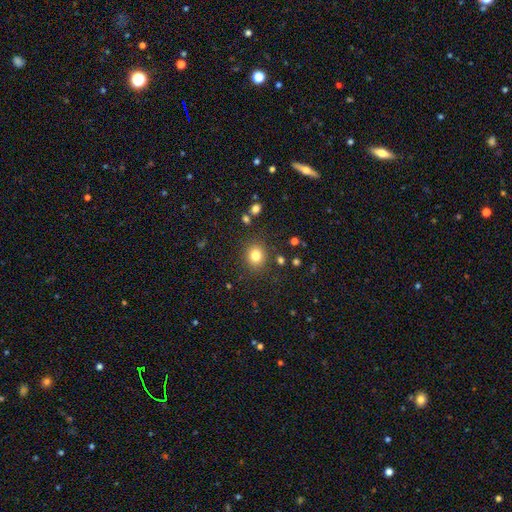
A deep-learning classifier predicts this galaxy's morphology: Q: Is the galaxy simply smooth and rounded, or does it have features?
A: smooth — 81%.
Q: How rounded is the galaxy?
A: round — 80%.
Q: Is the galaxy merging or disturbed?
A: none — 86%.